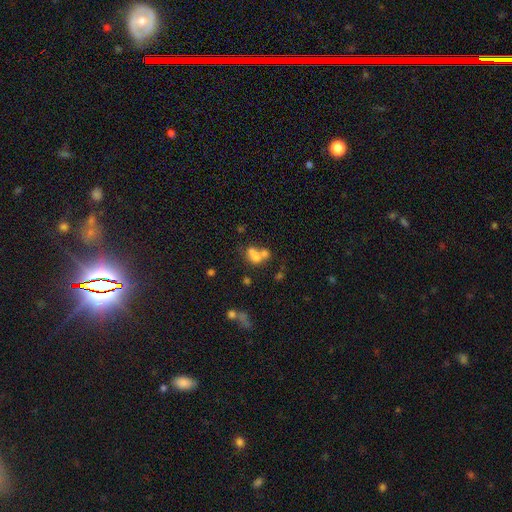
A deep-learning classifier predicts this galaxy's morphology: A smooth galaxy with no disk features (63%) that is round (52%).

Vote fractions:
- Smooth or featured? smooth: 63% / featured or disk: 23% / star or artifact: 15%
- How rounded? round: 52% / in between: 46% / cigar-shaped: 1%
- Merging? merger: 60% / none: 25% / minor disturbance: 8% / major disturbance: 7%